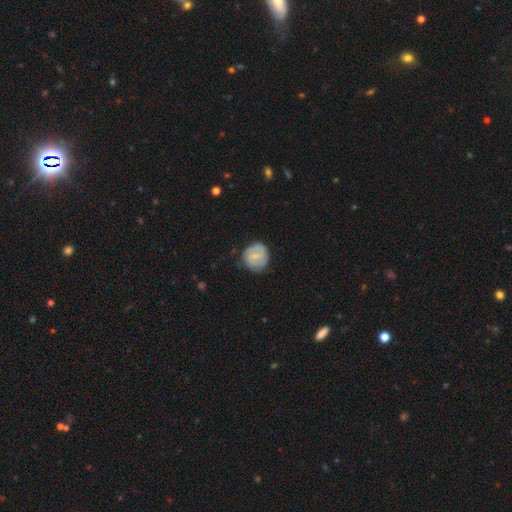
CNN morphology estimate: Smooth or featured: smooth — 56% (featured or disk — 37%)
How rounded: round — 87% (in between — 12%)
Merging: none — 76% (minor disturbance — 17%)